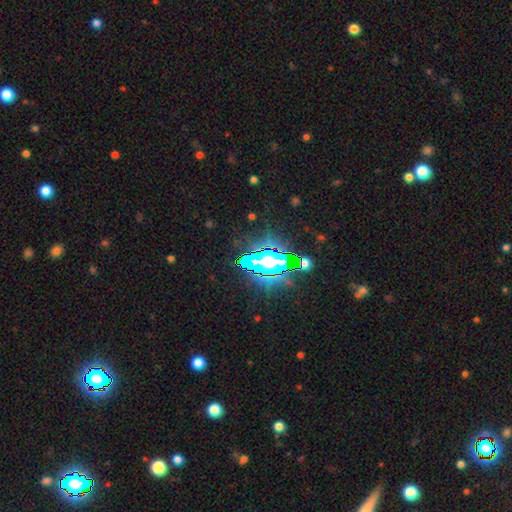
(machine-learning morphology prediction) type=star or artifact (76%).